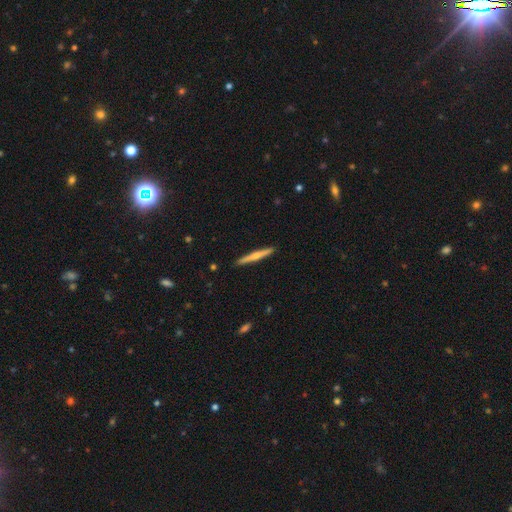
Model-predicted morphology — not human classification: smooth-or-featured: smooth: 52% | featured or disk: 43% | star or artifact: 5%
  how-rounded: cigar-shaped: 96% | in between: 3% | round: 1%
  merging: none: 92% | minor disturbance: 6% | major disturbance: 1% | merger: 1%